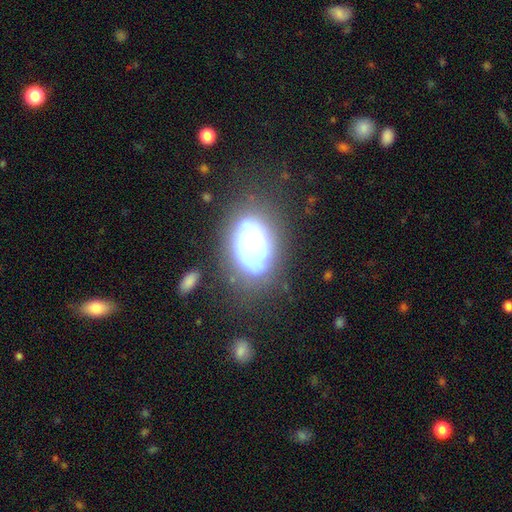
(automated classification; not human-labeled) This is likely a featured or disk galaxy (61%). It is clearly not viewed edge-on (94%). Bar: clearly no (83%). Spiral arm pattern: possibly no (54%). Central bulge: marginally large (43%). Merging: possibly none (48%).